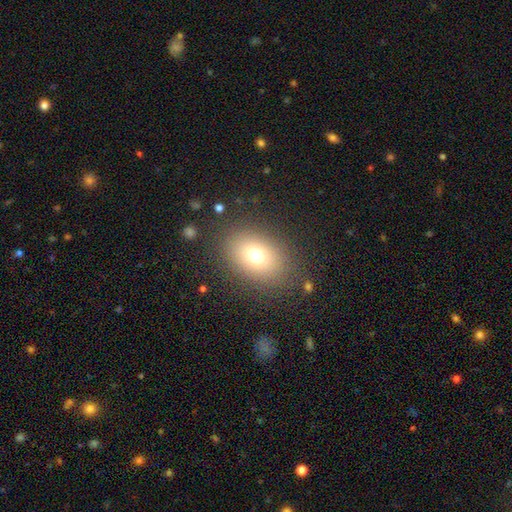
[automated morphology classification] The model was most divided on "how rounded": in between: 74%, round: 24%, cigar-shaped: 1%. More confident: merging — none (84%); smooth or featured — smooth (74%).